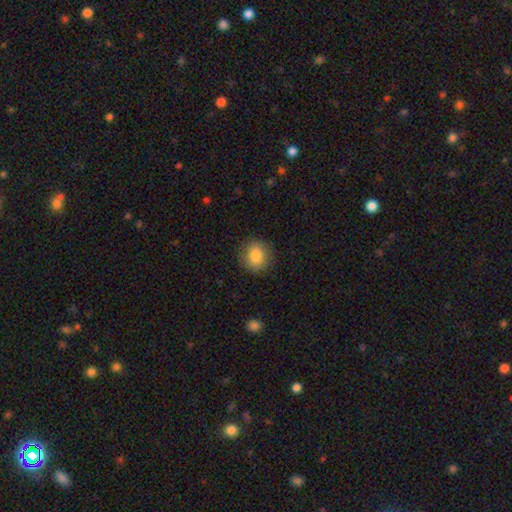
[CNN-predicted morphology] smooth 86%, star or artifact 8%, featured or disk 6%. Down the decision tree: how rounded — round (82%); merging — none (87%).